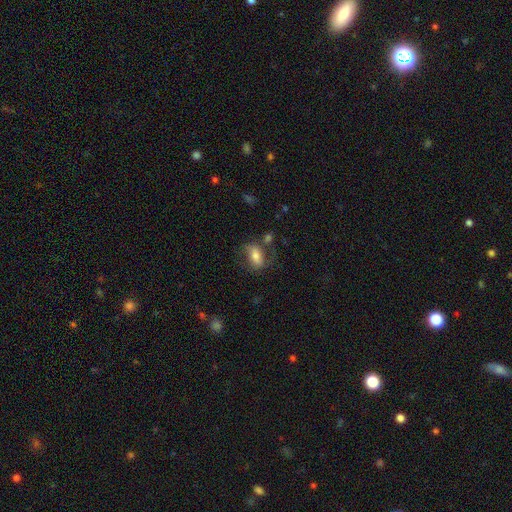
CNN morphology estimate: The model was most divided on "smooth or featured": smooth: 55%, featured or disk: 37%, star or artifact: 9%. More confident: how rounded — in between (83%); merging — none (53%).